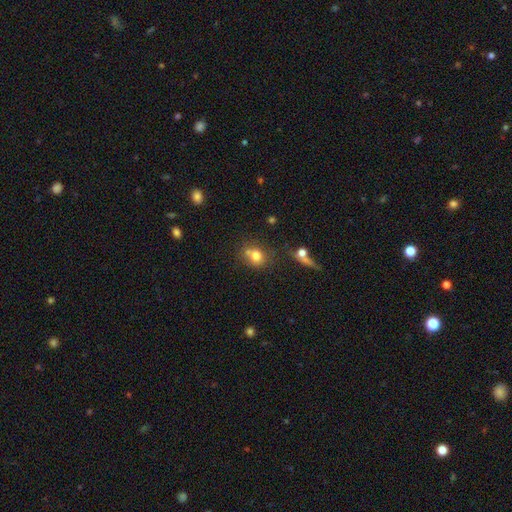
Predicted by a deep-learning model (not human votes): A smooth galaxy with no disk features (75%) that is round (69%).

Vote fractions:
- Smooth or featured? smooth: 75% / featured or disk: 12% / star or artifact: 12%
- How rounded? round: 69% / in between: 30% / cigar-shaped: 1%
- Merging? none: 52% / merger: 28% / minor disturbance: 14% / major disturbance: 6%